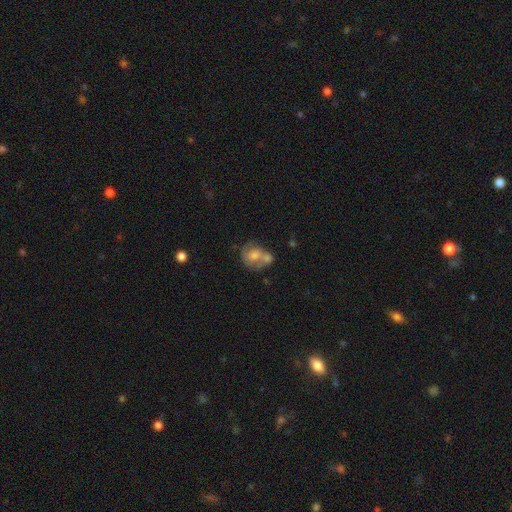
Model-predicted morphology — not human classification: Smooth or featured? Predicted: smooth (p=0.49). Merging? Predicted: merger (p=0.51).